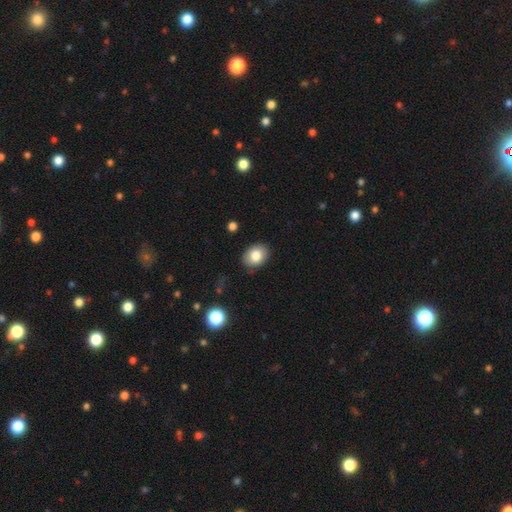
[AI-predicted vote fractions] Overall: smooth (82%). How rounded: in between (67%; round 32%). Merging: none (85%).